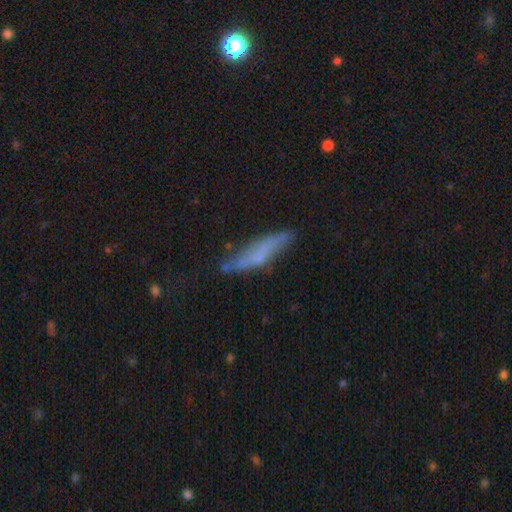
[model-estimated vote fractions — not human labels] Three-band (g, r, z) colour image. It shows a smooth galaxy with no disk features (47%). Merging: none (65%).